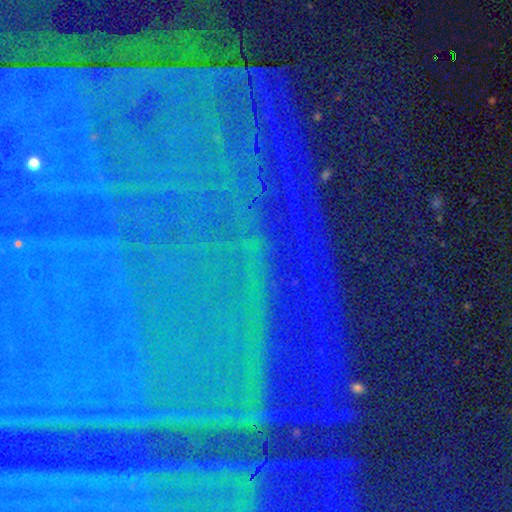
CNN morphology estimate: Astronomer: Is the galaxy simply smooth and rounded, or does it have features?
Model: star or artifact — 86%.